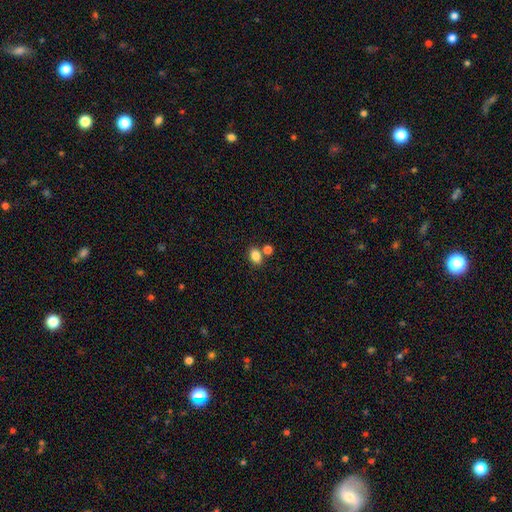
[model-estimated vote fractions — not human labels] smooth 85%, star or artifact 10%, featured or disk 5%. Down the decision tree: how rounded — in between (76%); merging — none (64%).